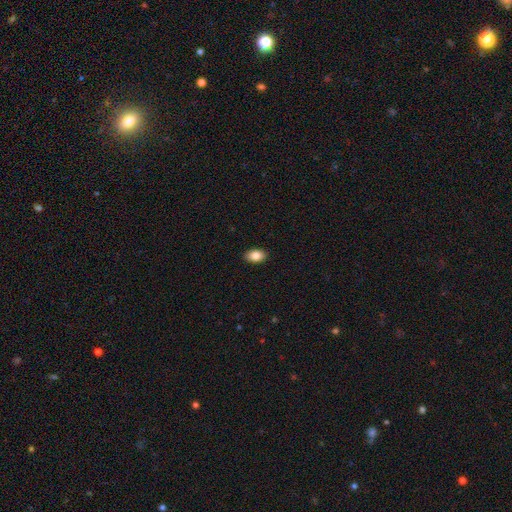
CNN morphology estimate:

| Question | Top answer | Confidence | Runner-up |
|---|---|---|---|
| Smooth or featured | smooth | 85% | star or artifact (8%) |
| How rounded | in between | 89% | round (9%) |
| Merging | none | 90% | minor disturbance (7%) |